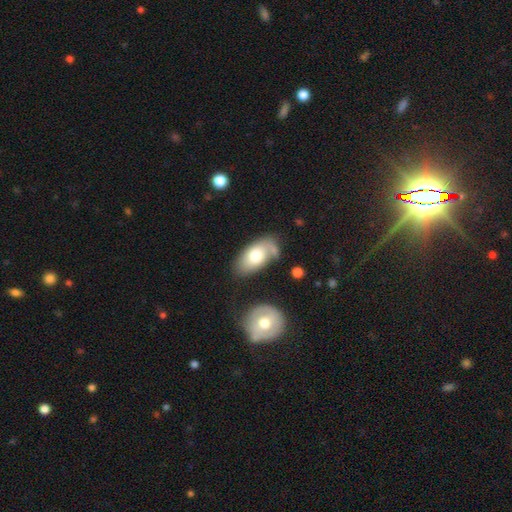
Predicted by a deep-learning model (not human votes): Smooth or featured?
  - smooth: 64% *
  - featured or disk: 30%
  - star or artifact: 6%
How rounded?
  - in between: 93% *
  - round: 5%
  - cigar-shaped: 2%
Merging?
  - none: 50% *
  - minor disturbance: 26%
  - major disturbance: 13%
  - merger: 11%